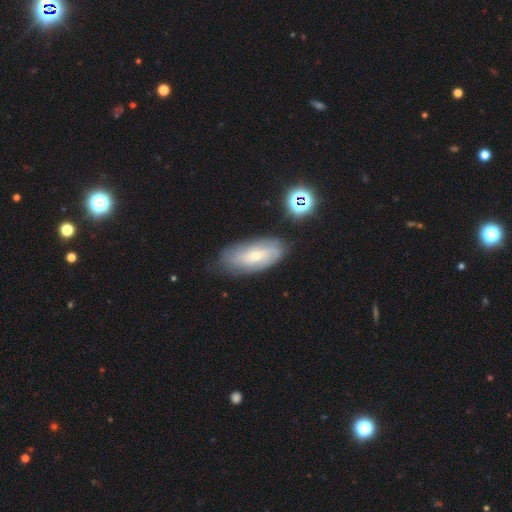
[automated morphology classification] A featured or disk galaxy (54%). Merging: none (74%).